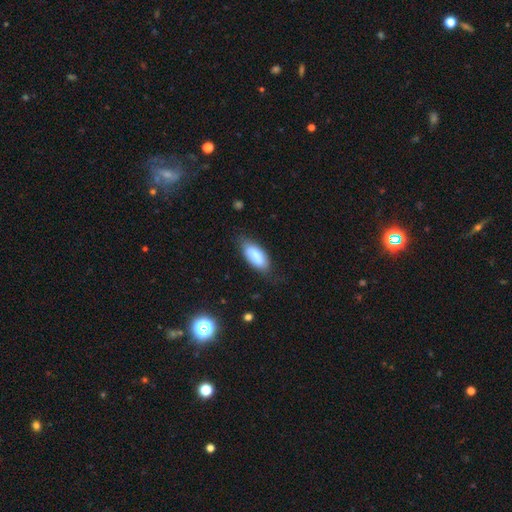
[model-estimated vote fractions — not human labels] This is likely a smooth galaxy (79%). How rounded: clearly in between (85%). Merging: likely none (68%).